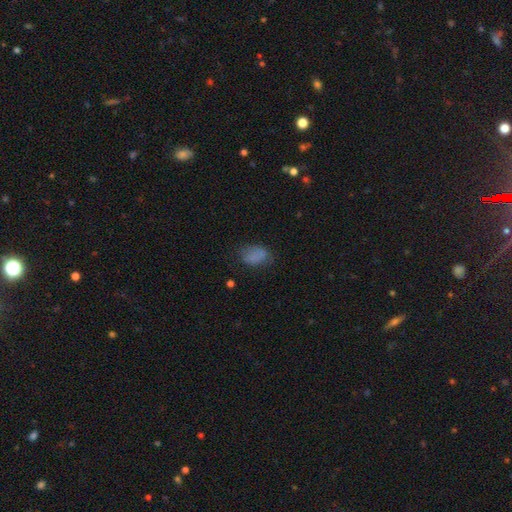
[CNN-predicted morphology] Q: Smooth or featured?
A: smooth (77%); runner-up: star or artifact (12%)
Q: How rounded?
A: in between (82%); runner-up: round (17%)
Q: Merging?
A: none (60%); runner-up: minor disturbance (26%)